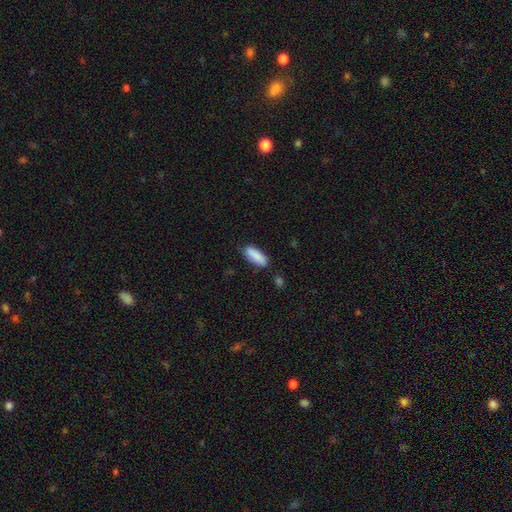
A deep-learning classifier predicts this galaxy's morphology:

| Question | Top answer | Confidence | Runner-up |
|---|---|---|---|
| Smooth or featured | smooth | 88% | star or artifact (6%) |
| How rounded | in between | 68% | cigar-shaped (31%) |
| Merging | none | 80% | minor disturbance (14%) |